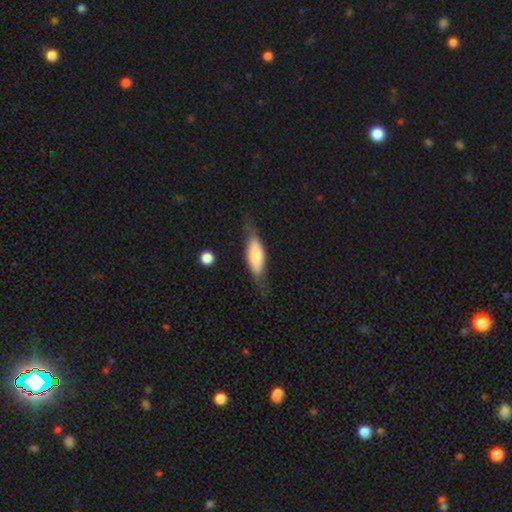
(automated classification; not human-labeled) Smooth or featured? Predicted: smooth (p=0.56). How rounded? Predicted: in between (p=0.60). Merging? Predicted: none (p=0.64).